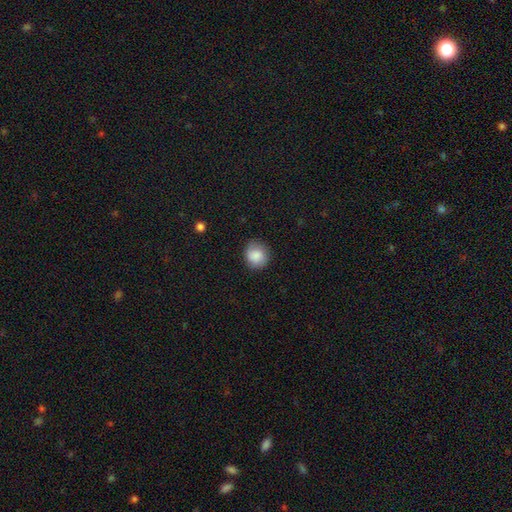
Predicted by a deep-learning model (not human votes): Q: Smooth or featured?
A: smooth (84%); runner-up: featured or disk (8%)
Q: How rounded?
A: round (84%); runner-up: in between (15%)
Q: Merging?
A: none (80%); runner-up: minor disturbance (15%)